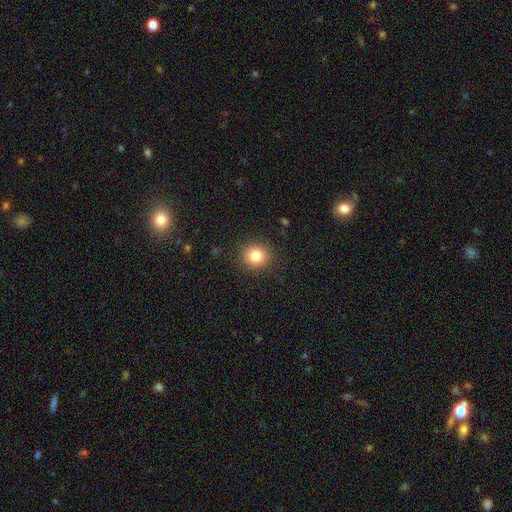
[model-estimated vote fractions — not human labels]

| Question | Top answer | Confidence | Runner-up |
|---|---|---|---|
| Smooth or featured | smooth | 82% | star or artifact (12%) |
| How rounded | round | 90% | in between (9%) |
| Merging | none | 90% | minor disturbance (7%) |